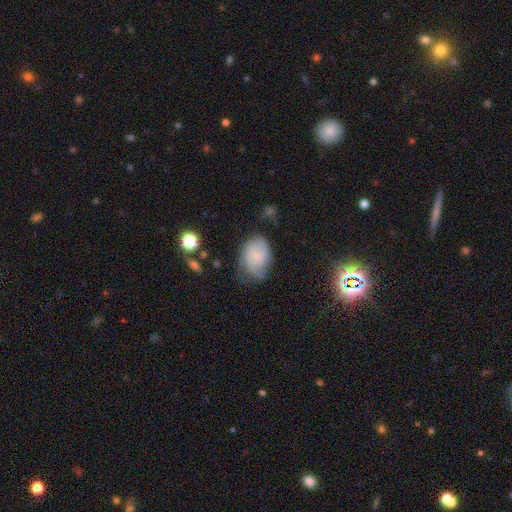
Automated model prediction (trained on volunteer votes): This is possibly a smooth galaxy (46%). Merging: possibly none (48%).